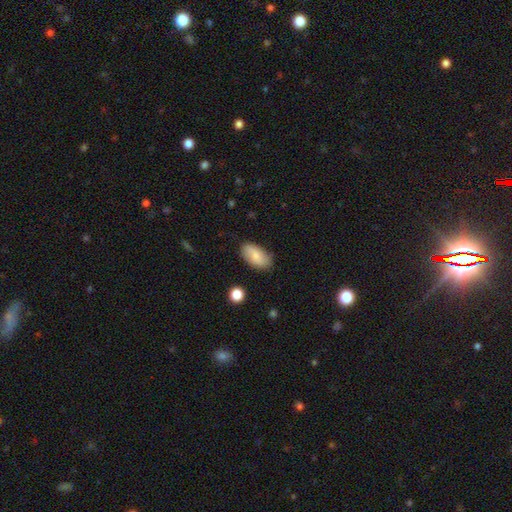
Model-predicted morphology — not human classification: This is clearly a smooth galaxy (80%). How rounded: clearly in between (94%). Merging: clearly none (81%).